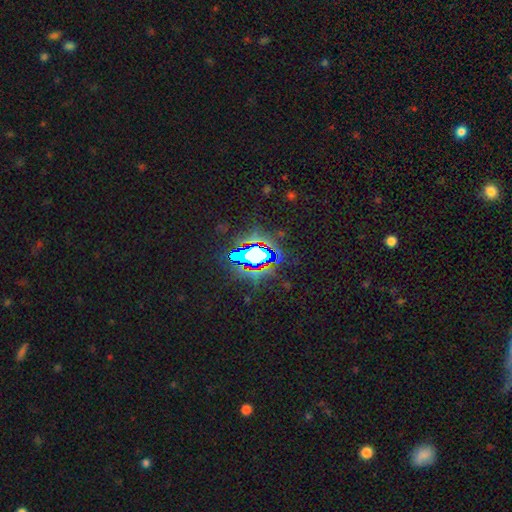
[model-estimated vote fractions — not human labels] Smooth or featured? star or artifact (71%)